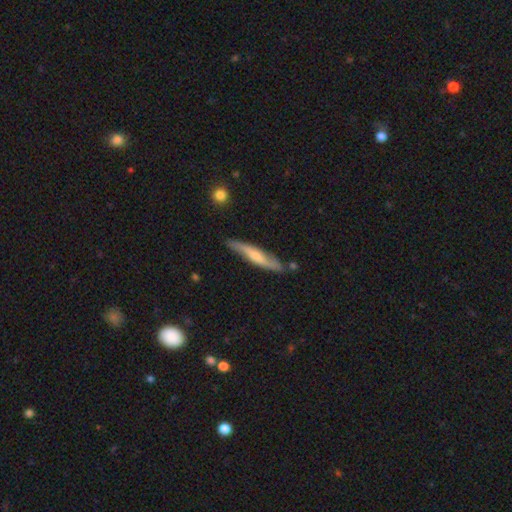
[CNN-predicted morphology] Overall: featured or disk (51%; smooth 44%). Edge-on disk: yes (64%; no 36%). Merging: none (76%).